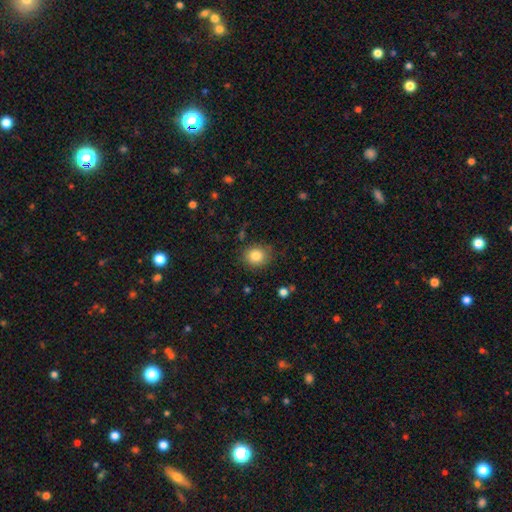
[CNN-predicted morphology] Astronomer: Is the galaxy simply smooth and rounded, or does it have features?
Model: smooth — 83%.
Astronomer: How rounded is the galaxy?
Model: round — 75%.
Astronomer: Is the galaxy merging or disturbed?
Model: none — 81%.